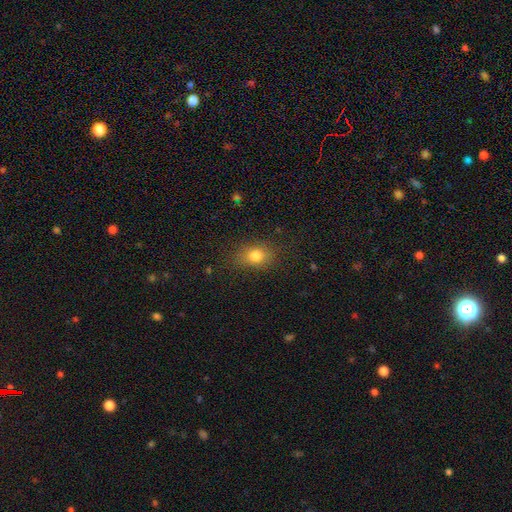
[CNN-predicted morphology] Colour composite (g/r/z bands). It shows a smooth galaxy with no disk features (79%) that is in between round and cigar-shaped (62%). Merging: none (79%).